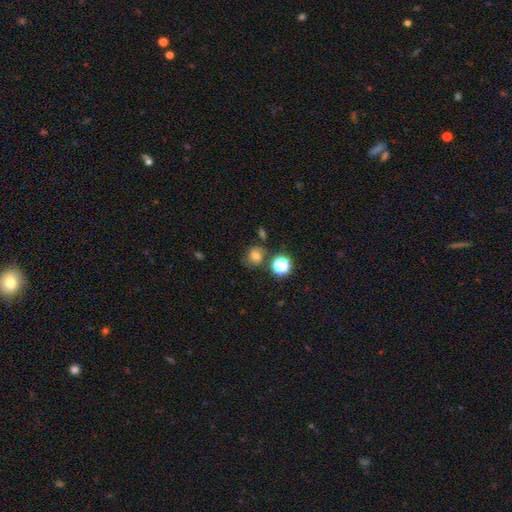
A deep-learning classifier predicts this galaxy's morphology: The model was most divided on "how rounded": round: 71%, in between: 28%, cigar-shaped: 1%. More confident: smooth or featured — smooth (67%); merging — none (64%).